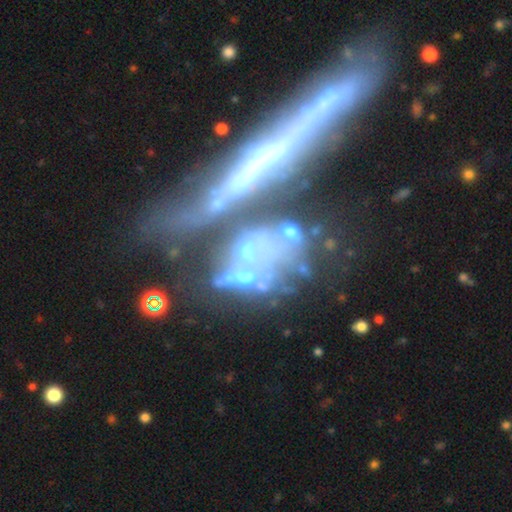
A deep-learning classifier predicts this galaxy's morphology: Q: Smooth or featured?
A: featured or disk (65%); runner-up: smooth (19%)
Q: Edge-on disk?
A: no (56%); runner-up: yes (44%)
Q: Merging?
A: merger (43%); runner-up: none (27%)